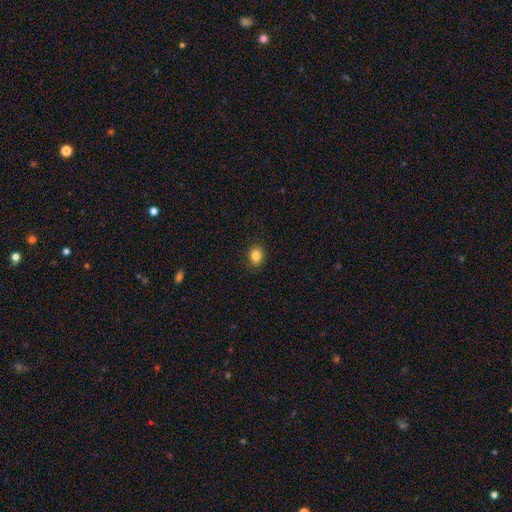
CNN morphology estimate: Smooth or featured? Predicted: smooth (p=0.84). How rounded? Predicted: round (p=0.54). Merging? Predicted: none (p=0.89).